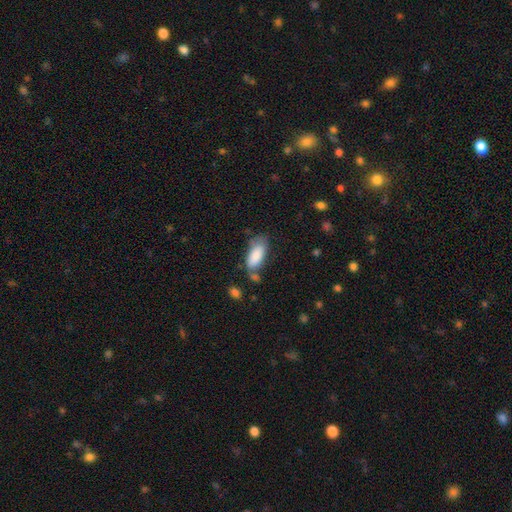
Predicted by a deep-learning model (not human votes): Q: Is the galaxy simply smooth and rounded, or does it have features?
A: smooth — 83%.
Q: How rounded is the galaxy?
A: in between — 88%.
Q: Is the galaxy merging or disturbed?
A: none — 54%.